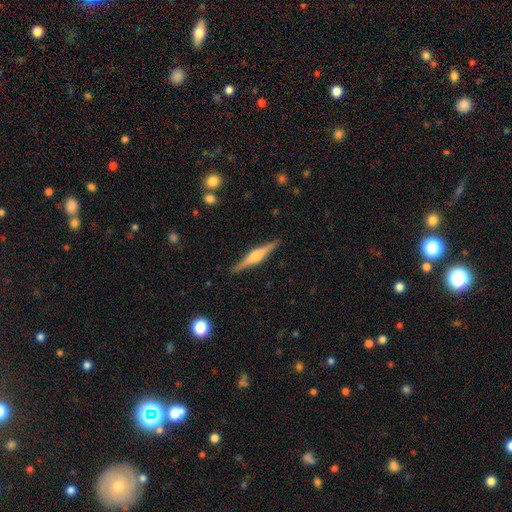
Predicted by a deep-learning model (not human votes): This is likely a featured or disk galaxy (77%). It is clearly viewed edge-on (98%). Edge-on bulge: clearly rounded (90%). Merging: clearly none (91%).